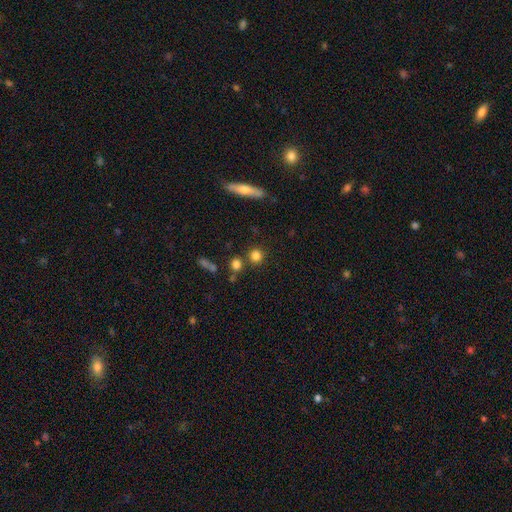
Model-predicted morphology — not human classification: Overall: smooth (80%). How rounded: round (89%). Merging: none (77%).